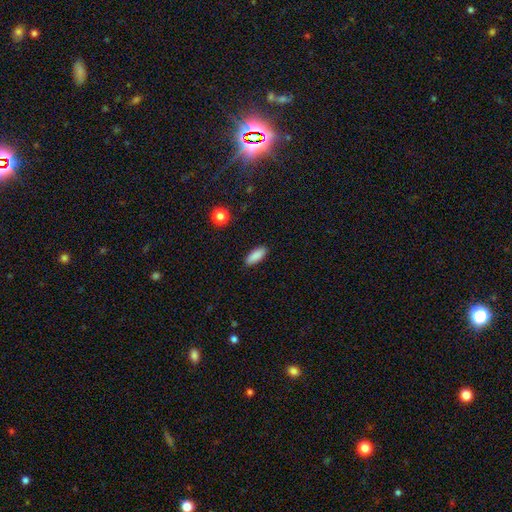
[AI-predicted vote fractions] smooth 89%, star or artifact 7%, featured or disk 5%. Down the decision tree: how rounded — in between (73%); merging — none (89%).